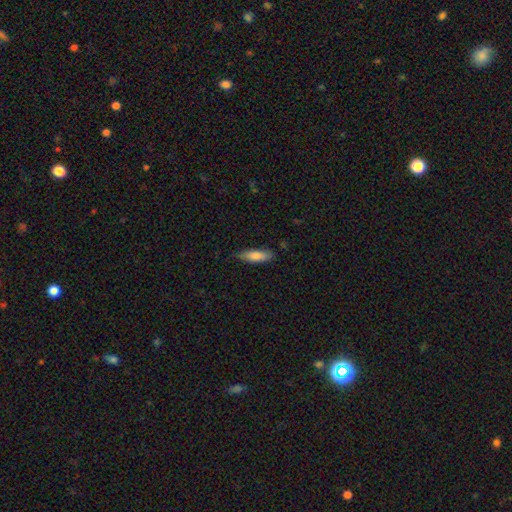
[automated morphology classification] Smooth or featured? smooth (78%)
How rounded? cigar-shaped (51%)
Merging? none (77%)